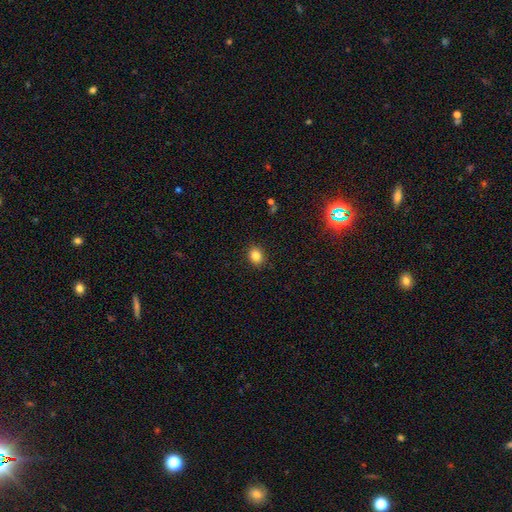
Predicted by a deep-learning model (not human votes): Morphology: type=smooth (84%); roundness=round (50%); merging=none (89%).